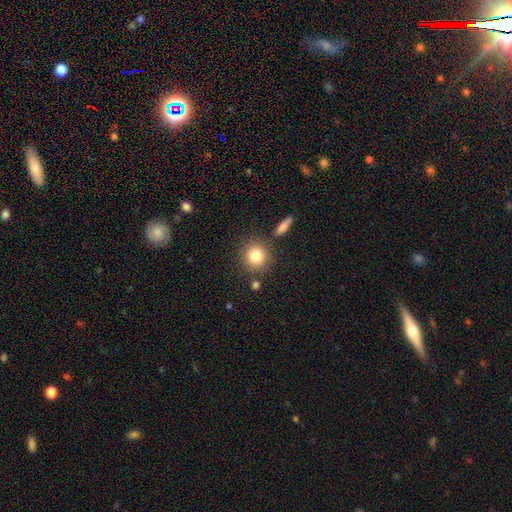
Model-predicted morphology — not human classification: Q: Smooth or featured?
A: smooth (82%); runner-up: star or artifact (10%)
Q: How rounded?
A: round (89%); runner-up: in between (10%)
Q: Merging?
A: none (81%); runner-up: minor disturbance (9%)